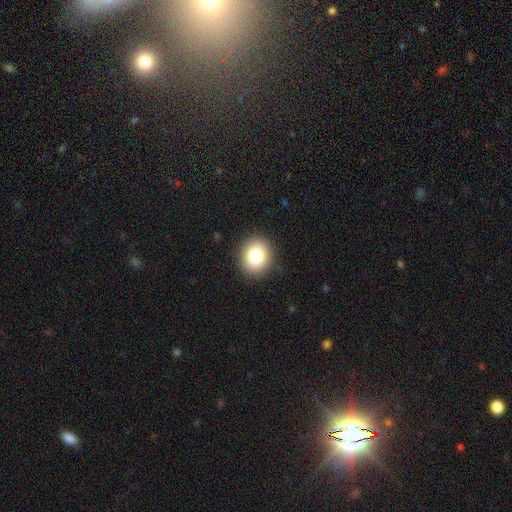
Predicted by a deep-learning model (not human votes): Smooth or featured: smooth — 81% (star or artifact — 10%)
How rounded: round — 73% (in between — 27%)
Merging: none — 90% (minor disturbance — 7%)